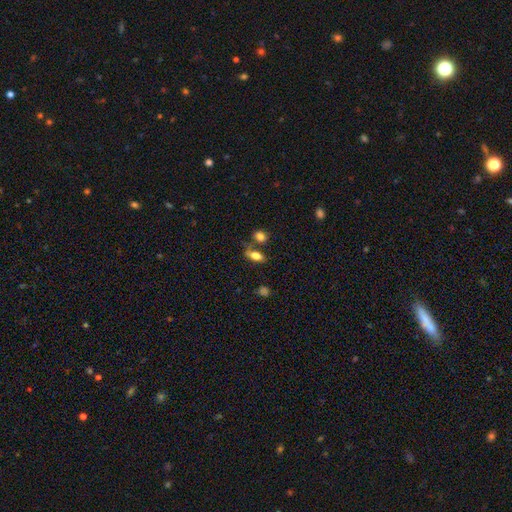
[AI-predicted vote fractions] A smooth galaxy with no disk features (75%) that is in between round and cigar-shaped (79%). Merging: none (60%).